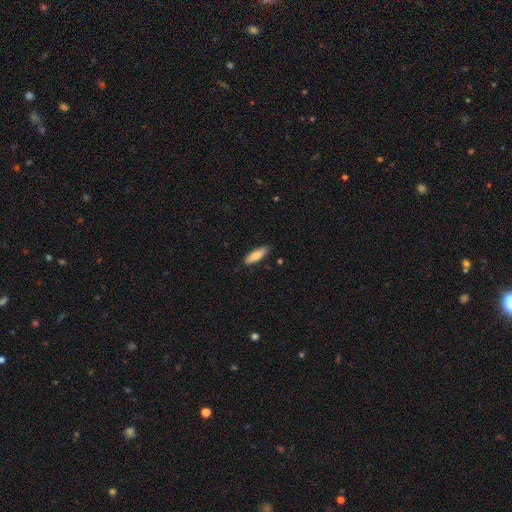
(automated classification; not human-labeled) Morphology: type=smooth (81%); roundness=in between (58%); merging=none (84%).